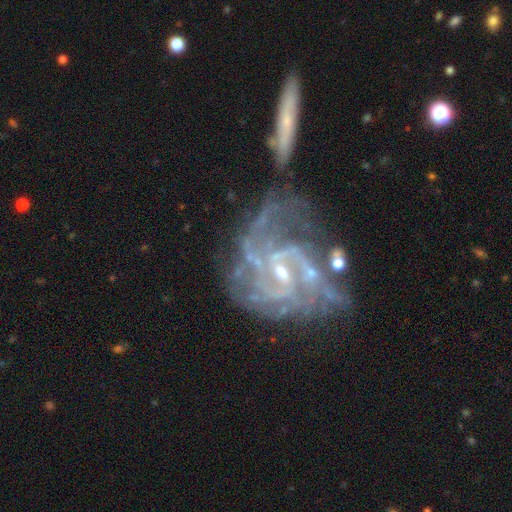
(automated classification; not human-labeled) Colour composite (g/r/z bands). It shows a featured or disk galaxy (89%) with a weak bar (50%), 2 (42%) medium (47%) spiral arms (95%) and a small central bulge (67%). Merging: none (41%).